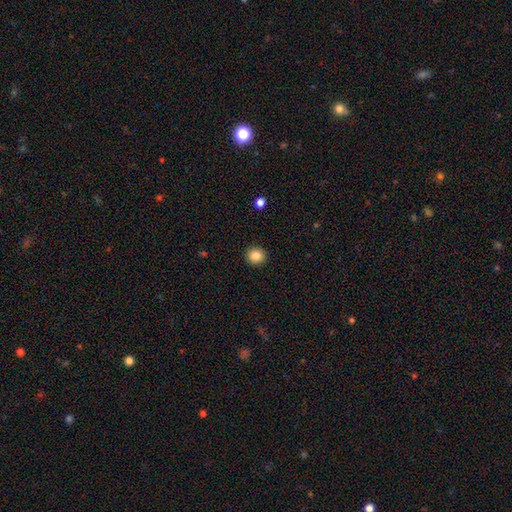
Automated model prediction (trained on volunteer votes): smooth_or_featured: smooth (p=0.85) [alt: star or artifact p=0.10]
how_rounded: round (p=0.92) [alt: in between p=0.07]
merging: none (p=0.92) [alt: minor disturbance p=0.05]